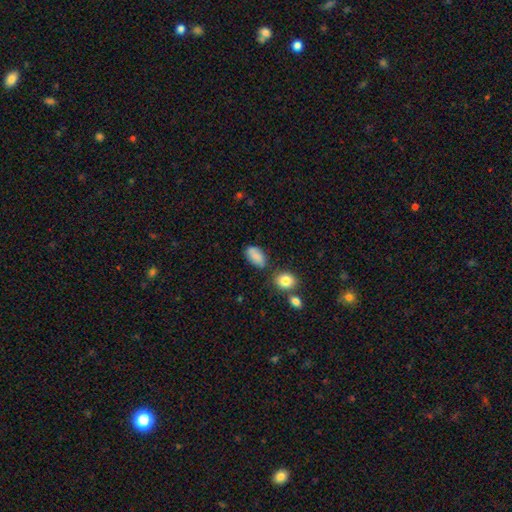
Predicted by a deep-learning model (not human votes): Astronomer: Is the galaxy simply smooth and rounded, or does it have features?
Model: smooth — 81%.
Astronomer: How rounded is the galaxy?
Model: in between — 90%.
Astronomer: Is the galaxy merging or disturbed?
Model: none — 66%.